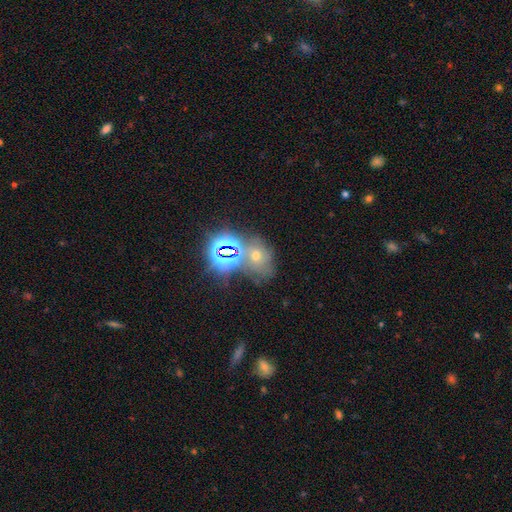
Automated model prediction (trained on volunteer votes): smooth-or-featured: star or artifact: 50% | smooth: 30% | featured or disk: 20%